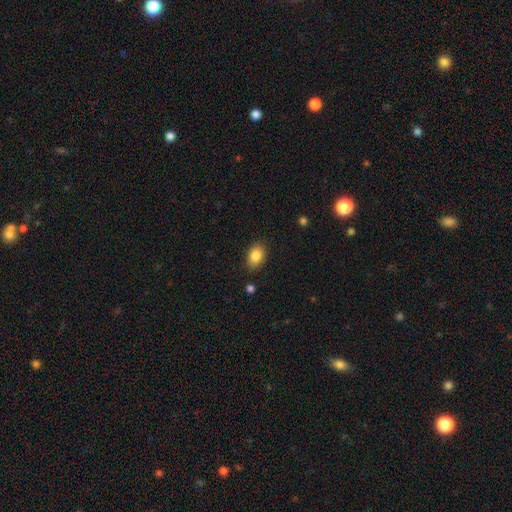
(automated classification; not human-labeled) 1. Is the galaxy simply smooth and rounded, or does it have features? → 86% smooth, 8% star or artifact, 6% featured or disk.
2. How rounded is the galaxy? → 80% in between, 19% round, 1% cigar-shaped.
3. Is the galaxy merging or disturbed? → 87% none, 9% minor disturbance, 2% major disturbance, 1% merger.